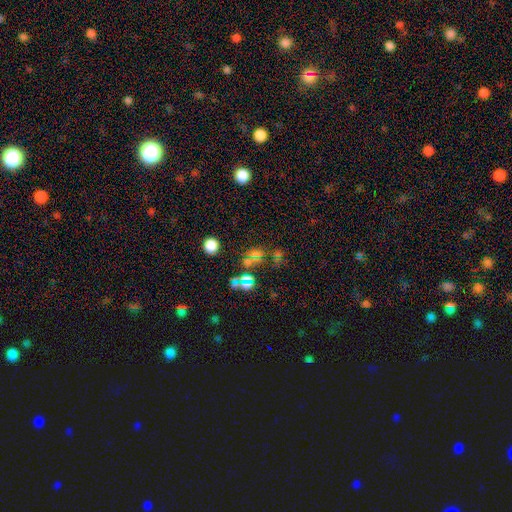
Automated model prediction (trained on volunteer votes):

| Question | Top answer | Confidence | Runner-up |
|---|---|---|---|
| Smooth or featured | star or artifact | 59% | smooth (31%) |